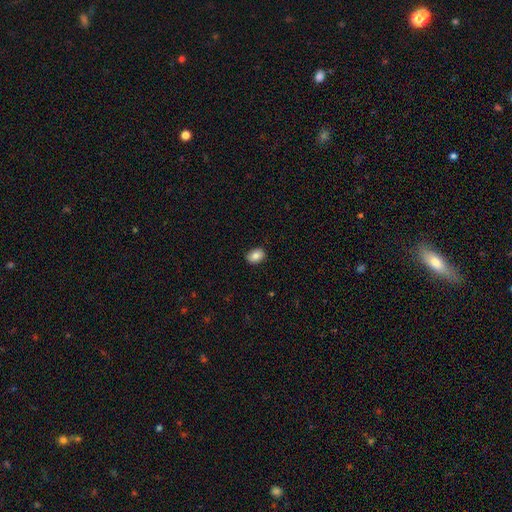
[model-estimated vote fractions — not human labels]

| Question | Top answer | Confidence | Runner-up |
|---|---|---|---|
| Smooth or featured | smooth | 84% | featured or disk (8%) |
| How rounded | in between | 76% | round (23%) |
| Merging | none | 89% | minor disturbance (9%) |